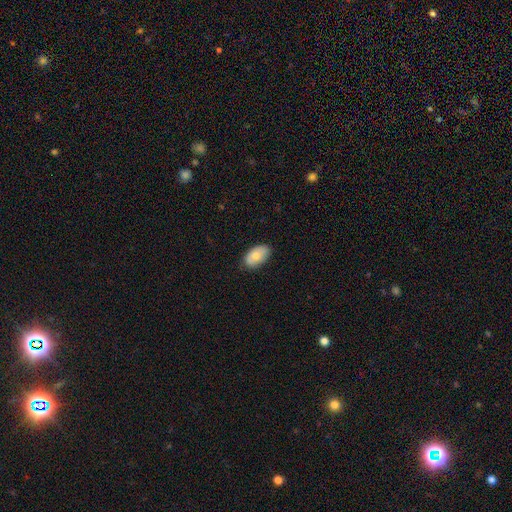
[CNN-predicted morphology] This appears to be a smooth galaxy with no disk features (73%) that is in between round and cigar-shaped (93%). Merging: none (80%).